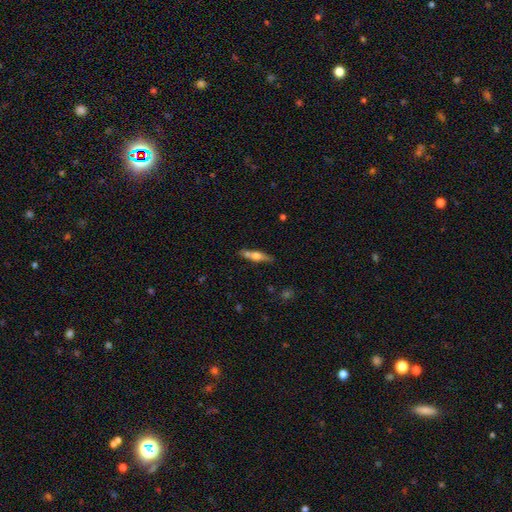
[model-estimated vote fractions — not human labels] This is possibly a featured or disk galaxy (47%). Merging: likely none (65%).